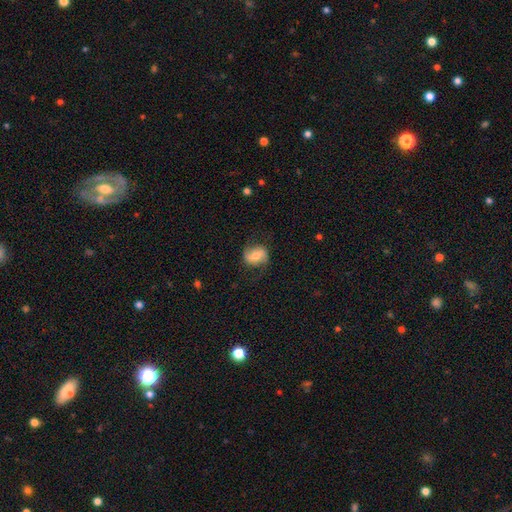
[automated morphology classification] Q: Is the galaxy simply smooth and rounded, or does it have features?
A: smooth — 51%.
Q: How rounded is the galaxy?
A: in between — 57%.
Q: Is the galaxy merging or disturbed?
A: none — 69%.